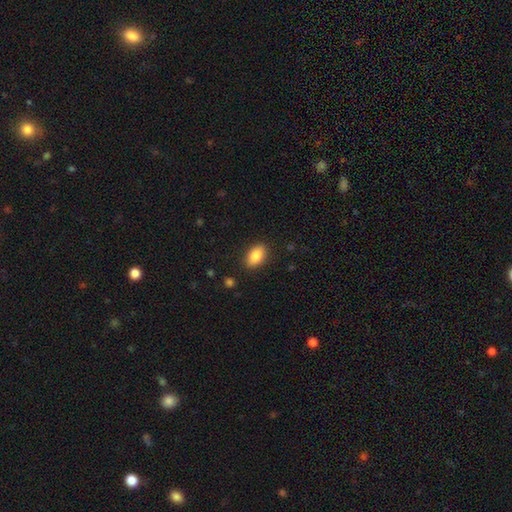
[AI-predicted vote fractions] Q: Smooth or featured?
A: smooth (86%); runner-up: star or artifact (7%)
Q: How rounded?
A: in between (90%); runner-up: round (8%)
Q: Merging?
A: none (88%); runner-up: minor disturbance (9%)